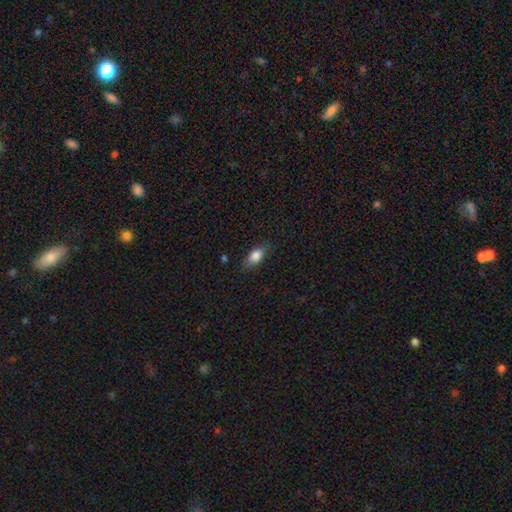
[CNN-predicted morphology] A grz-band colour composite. It shows a smooth galaxy with no disk features (81%) that is in between round and cigar-shaped (84%). Merging: none (76%).